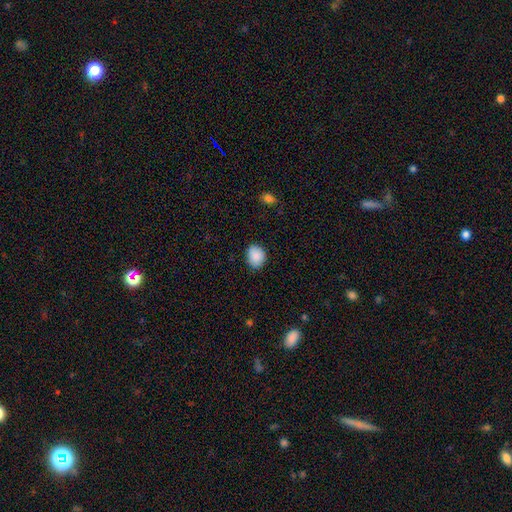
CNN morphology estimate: Smooth or featured: smooth — 89% (star or artifact — 8%)
How rounded: in between — 51% (round — 48%)
Merging: none — 82% (minor disturbance — 15%)